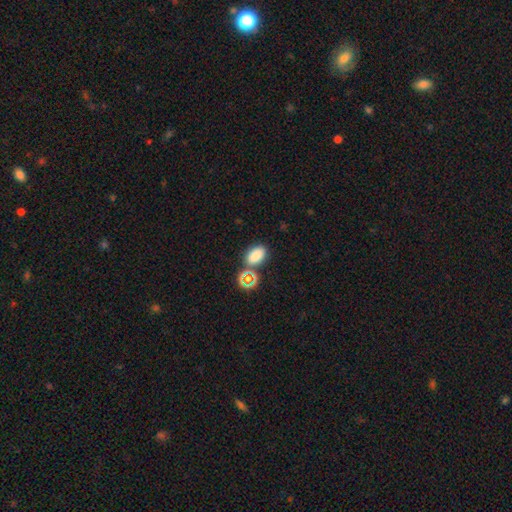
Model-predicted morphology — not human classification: Smooth or featured? smooth (80%)
How rounded? in between (82%)
Merging? none (74%)